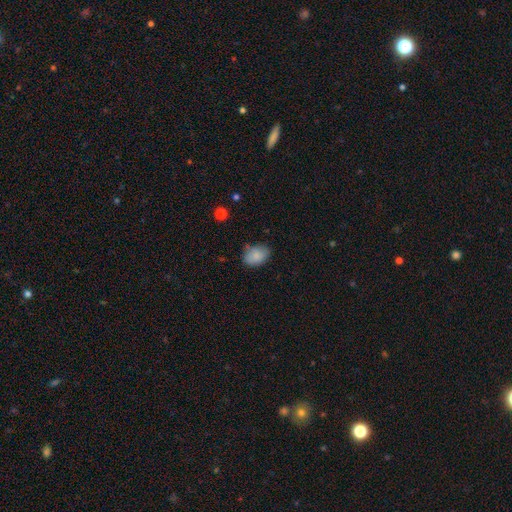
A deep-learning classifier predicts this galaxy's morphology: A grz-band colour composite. It shows a smooth galaxy with no disk features (84%) that is in between round and cigar-shaped (75%). Merging: none (66%).